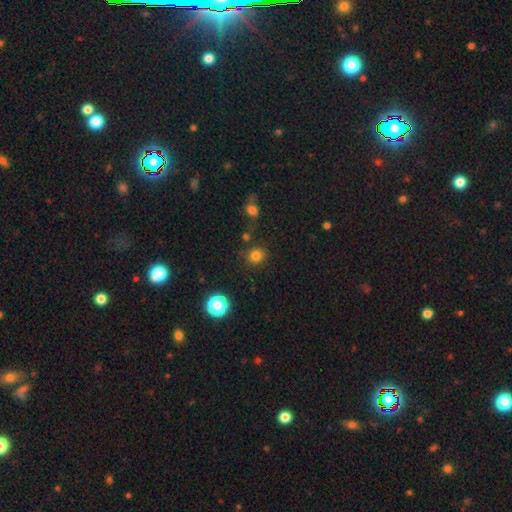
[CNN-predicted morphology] smooth_or_featured: smooth (p=0.79) [alt: star or artifact p=0.16]
how_rounded: round (p=0.89) [alt: in between p=0.10]
merging: none (p=0.81) [alt: minor disturbance p=0.09]